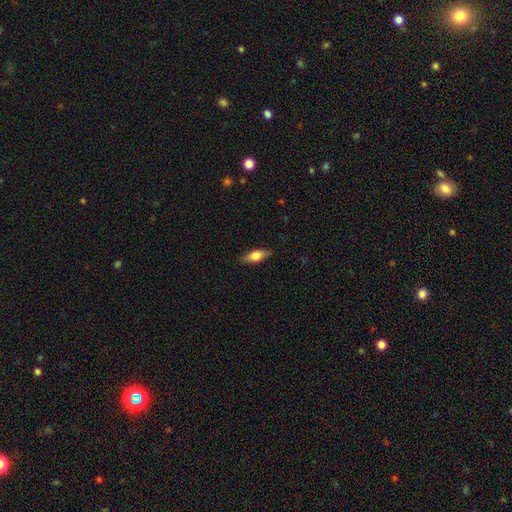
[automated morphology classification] Smooth or featured?
  - smooth: 64% *
  - featured or disk: 29%
  - star or artifact: 7%
How rounded?
  - in between: 69% *
  - cigar-shaped: 27%
  - round: 4%
Merging?
  - none: 85% *
  - minor disturbance: 11%
  - major disturbance: 2%
  - merger: 1%